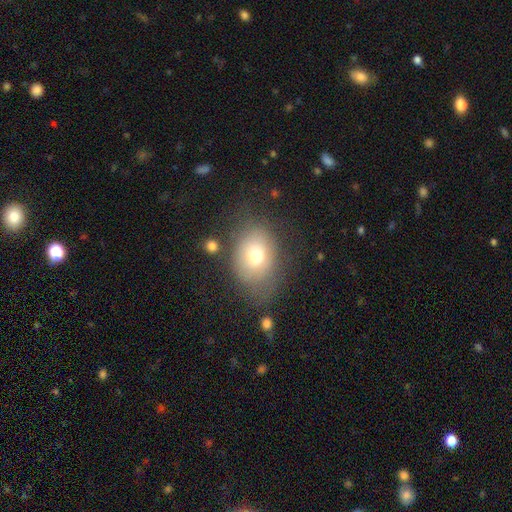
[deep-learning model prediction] smooth_or_featured: smooth (p=0.70) [alt: featured or disk p=0.19]
how_rounded: in between (p=0.63) [alt: round p=0.36]
merging: none (p=0.58) [alt: minor disturbance p=0.23]